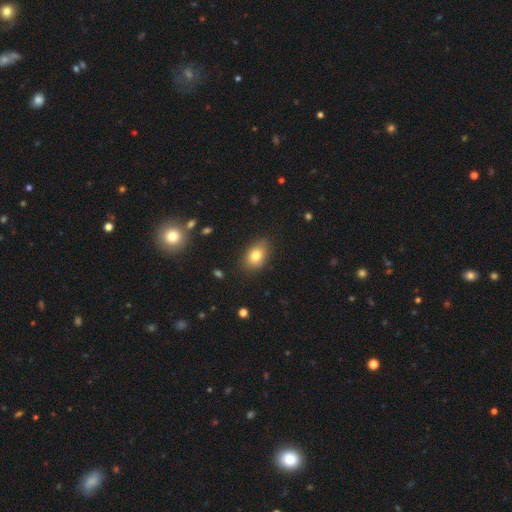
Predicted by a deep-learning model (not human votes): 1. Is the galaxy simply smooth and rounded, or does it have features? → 80% smooth, 11% featured or disk, 9% star or artifact.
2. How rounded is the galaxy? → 80% in between, 19% round, 2% cigar-shaped.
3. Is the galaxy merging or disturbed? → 77% none, 18% minor disturbance, 3% major disturbance, 2% merger.